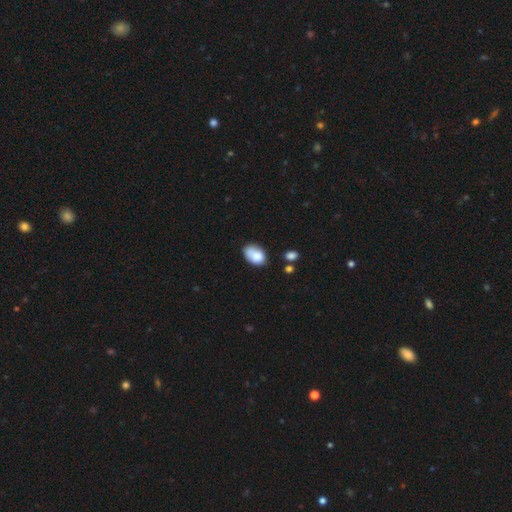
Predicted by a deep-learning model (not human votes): smooth 82%, featured or disk 10%, star or artifact 8%. Down the decision tree: how rounded — in between (87%); merging — none (53%).